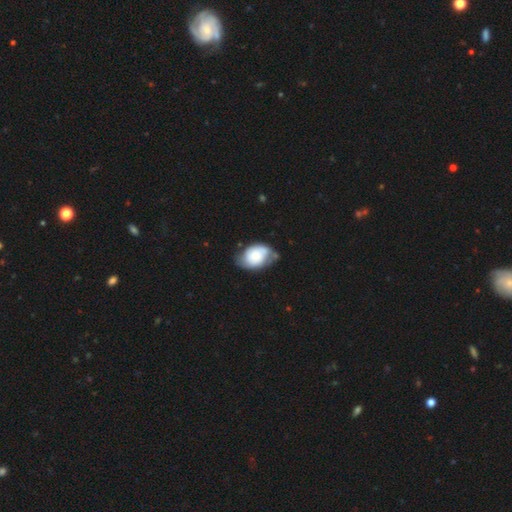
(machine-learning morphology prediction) Smooth or featured? smooth (60%)
How rounded? in between (81%)
Merging? none (46%)